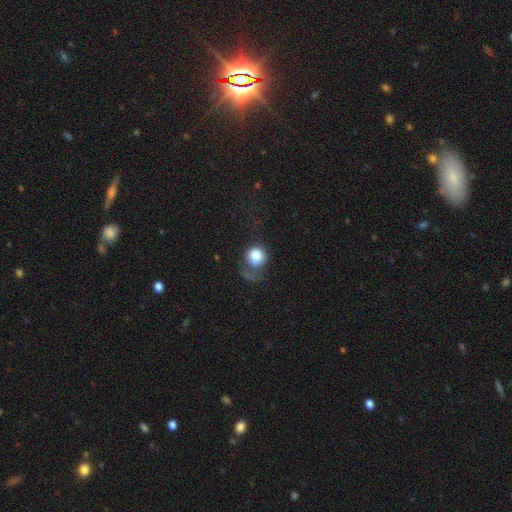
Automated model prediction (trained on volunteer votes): Smooth or featured? smooth (79%)
How rounded? round (77%)
Merging? none (34%)